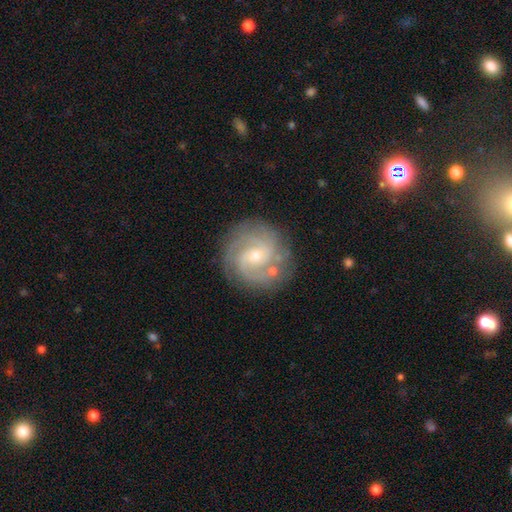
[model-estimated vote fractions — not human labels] Smooth or featured? featured or disk (84%)
Edge-on disk? no (98%)
Bar? no (55%)
Spiral arms? yes (96%)
Spiral winding? tight (59%)
Spiral arm count? 2 (34%)
Bulge size? small (62%)
Merging? none (81%)